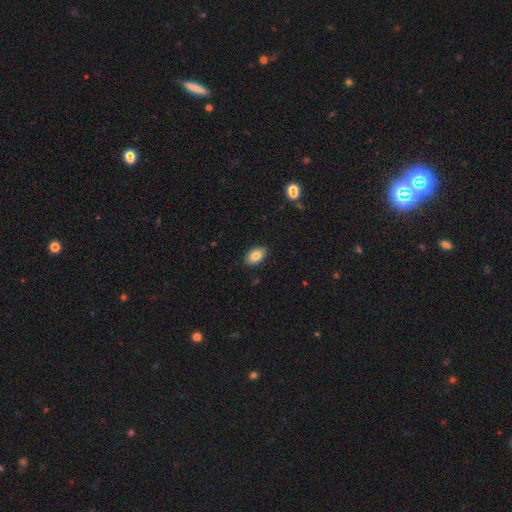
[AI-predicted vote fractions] A smooth galaxy with no disk features (84%) that is in between round and cigar-shaped (91%). Merging: none (88%).